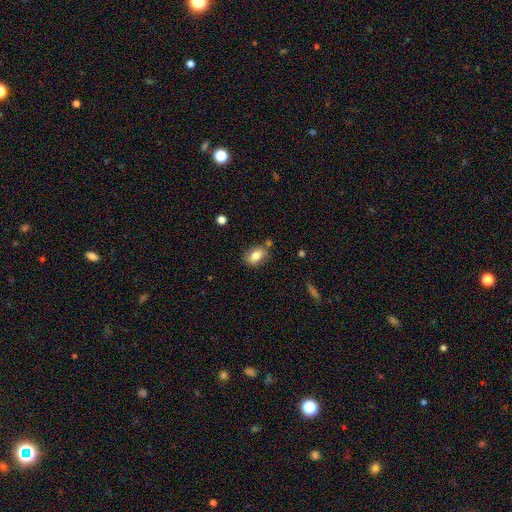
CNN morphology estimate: smooth 80%, featured or disk 12%, star or artifact 8%. Down the decision tree: how rounded — in between (84%); merging — none (73%).